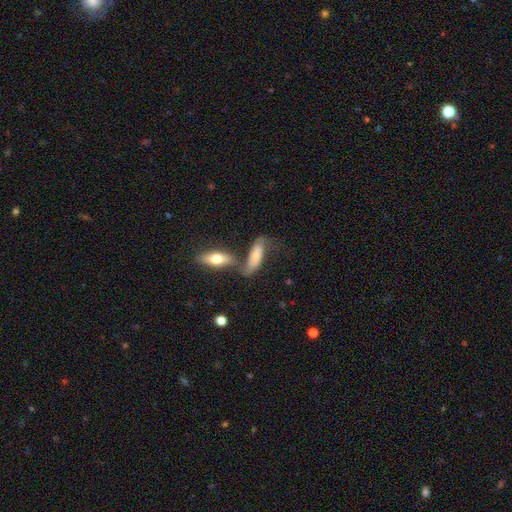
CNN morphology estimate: A smooth galaxy with no disk features (56%) that is in between round and cigar-shaped (60%). Merging: merger (39%).